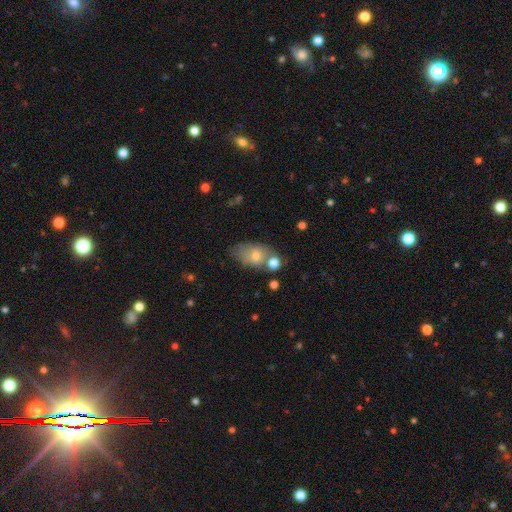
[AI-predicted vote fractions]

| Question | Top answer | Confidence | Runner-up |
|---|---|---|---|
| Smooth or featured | smooth | 68% | featured or disk (21%) |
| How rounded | in between | 85% | round (12%) |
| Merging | none | 48% | minor disturbance (23%) |